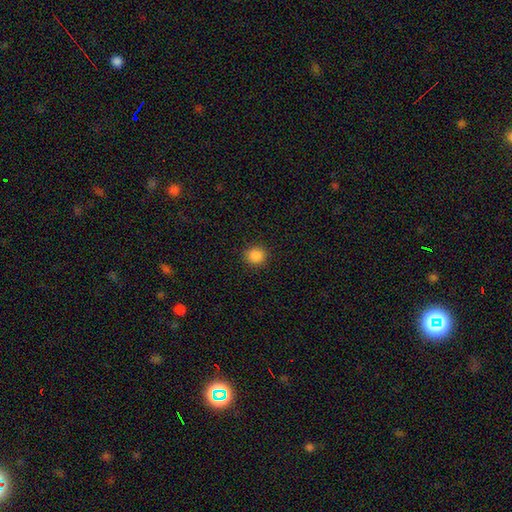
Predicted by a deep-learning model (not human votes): Overall: smooth (87%). How rounded: round (88%). Merging: none (90%).